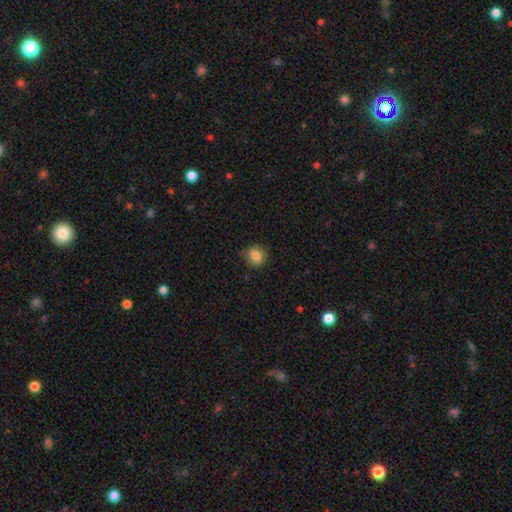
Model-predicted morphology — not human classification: A smooth galaxy with no disk features (83%) that is round (68%).

Vote fractions:
- Smooth or featured? smooth: 83% / star or artifact: 9% / featured or disk: 8%
- How rounded? round: 68% / in between: 31% / cigar-shaped: 1%
- Merging? none: 73% / minor disturbance: 21% / major disturbance: 5% / merger: 1%